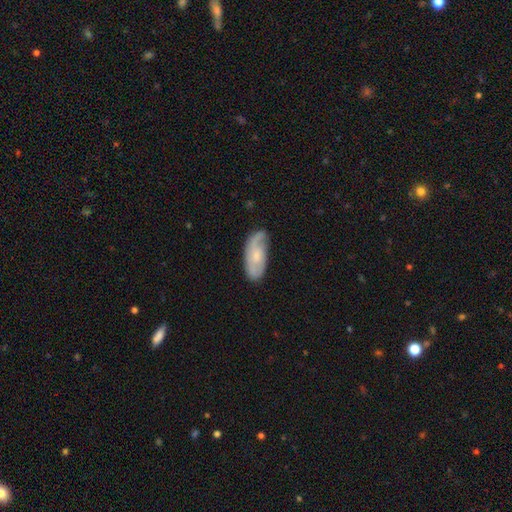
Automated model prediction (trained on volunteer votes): A featured or disk galaxy (55%) with no bar (68%), spiral arms (85%) and a small central bulge (54%).

Vote fractions:
- Smooth or featured? featured or disk: 55% / smooth: 38% / star or artifact: 6%
- Edge-on disk? no: 91% / yes: 9%
- Bar? no: 68% / weak: 28% / strong: 4%
- Spiral arms? yes: 85% / no: 15%
- Bulge size? small: 54% / moderate: 35% / none: 7% / large: 3% / dominant: 1%
- Merging? none: 64% / minor disturbance: 26% / major disturbance: 8% / merger: 2%